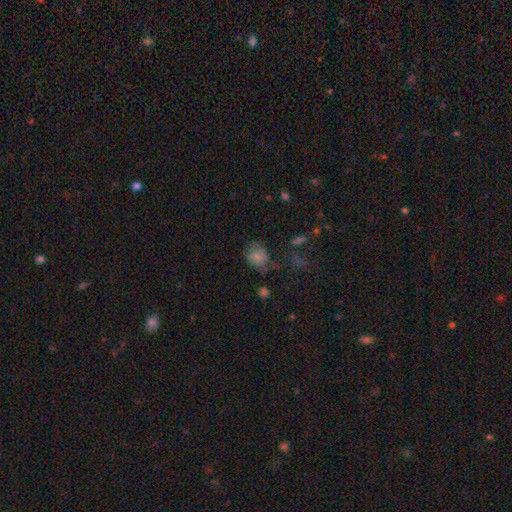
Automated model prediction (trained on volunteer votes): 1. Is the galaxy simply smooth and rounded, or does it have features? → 65% smooth, 19% featured or disk, 16% star or artifact.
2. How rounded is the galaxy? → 54% round, 45% in between, 1% cigar-shaped.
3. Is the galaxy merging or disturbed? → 59% none, 25% minor disturbance, 13% major disturbance, 3% merger.